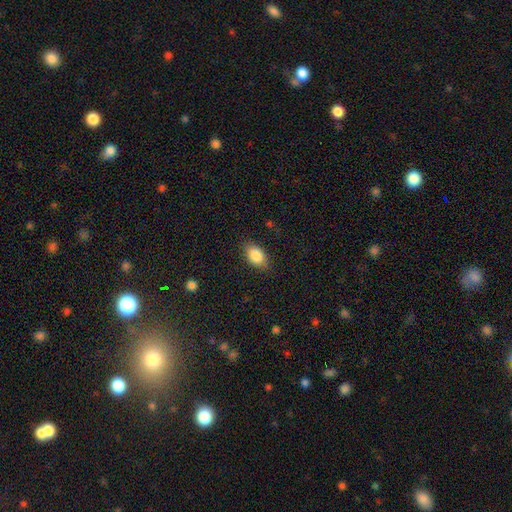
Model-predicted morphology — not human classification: smooth_or_featured: smooth (p=0.86) [alt: star or artifact p=0.07]
how_rounded: in between (p=0.88) [alt: round p=0.10]
merging: none (p=0.83) [alt: minor disturbance p=0.13]